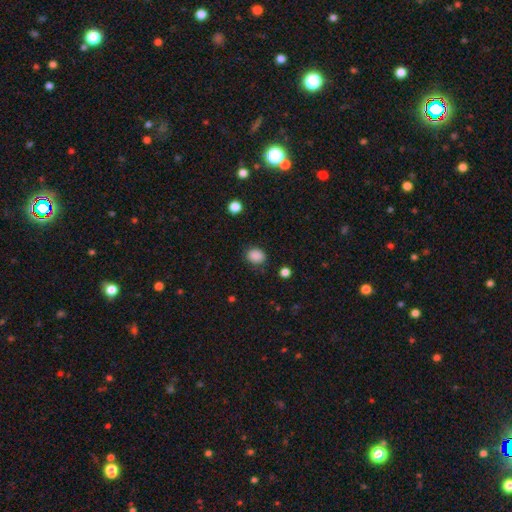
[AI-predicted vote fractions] smooth-or-featured: smooth: 87% | star or artifact: 11% | featured or disk: 3%
  how-rounded: round: 50% | in between: 49% | cigar-shaped: 1%
  merging: none: 83% | minor disturbance: 12% | major disturbance: 4% | merger: 2%